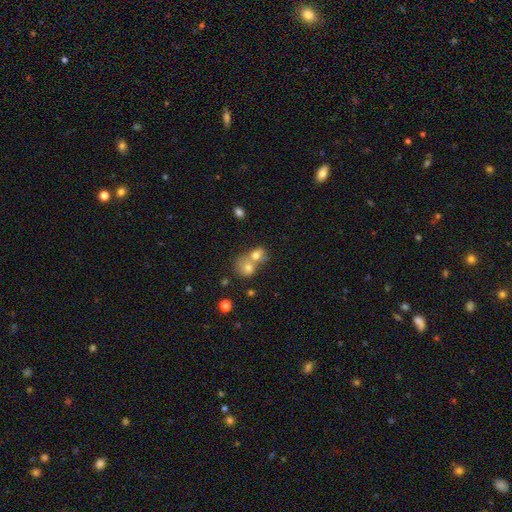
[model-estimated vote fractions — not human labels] This appears to be a smooth galaxy with no disk features (71%) that is round (58%). Merging: merger (73%).